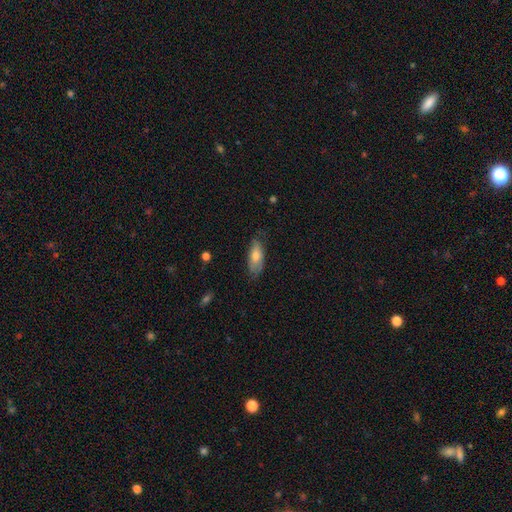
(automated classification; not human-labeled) This is likely a smooth galaxy (67%). How rounded: likely in between (78%). Merging: likely none (70%).